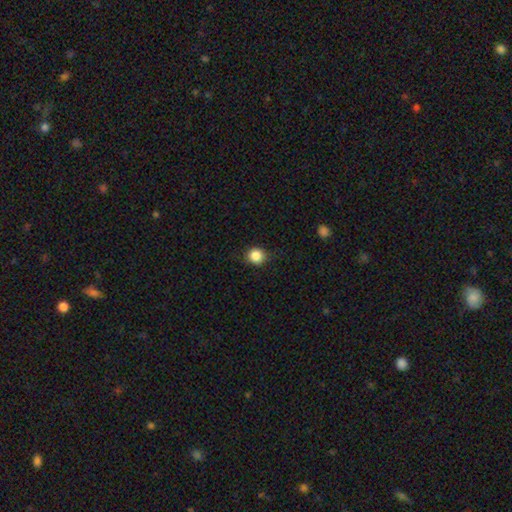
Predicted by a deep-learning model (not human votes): smooth_or_featured: smooth (p=0.85) [alt: star or artifact p=0.10]
how_rounded: round (p=0.88) [alt: in between p=0.11]
merging: none (p=0.83) [alt: minor disturbance p=0.13]